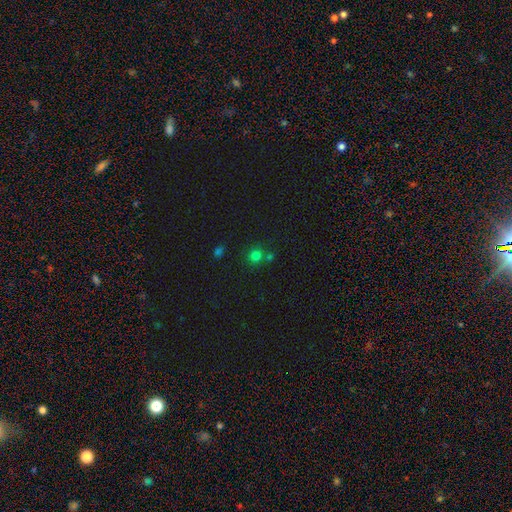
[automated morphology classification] This appears to be a smooth galaxy with no disk features (74%) that is round (90%). Merging: none (68%).